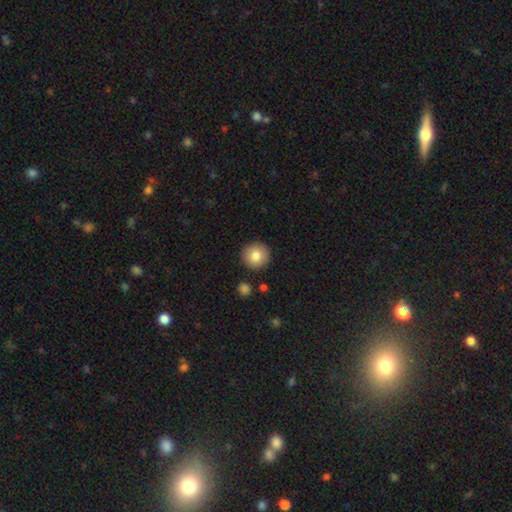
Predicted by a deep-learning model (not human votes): This is clearly a smooth galaxy (82%). How rounded: clearly round (94%). Merging: clearly none (90%).